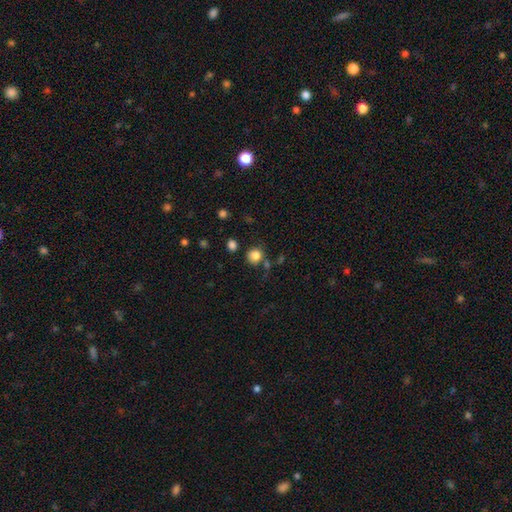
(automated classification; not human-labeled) smooth-or-featured: smooth: 84% | star or artifact: 11% | featured or disk: 5%
  how-rounded: round: 86% | in between: 13% | cigar-shaped: 1%
  merging: none: 75% | minor disturbance: 13% | merger: 8% | major disturbance: 4%